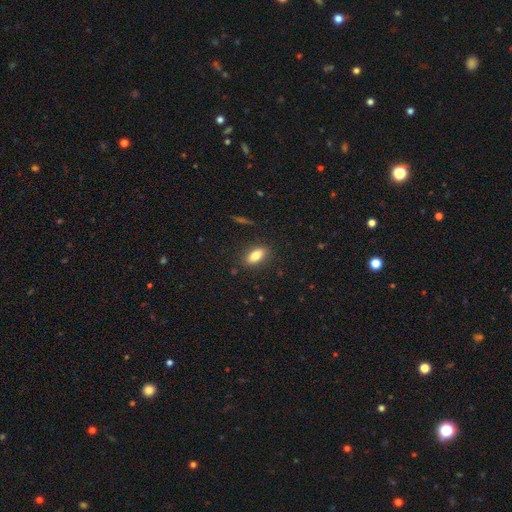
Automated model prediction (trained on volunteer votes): Morphology: type=smooth (80%); roundness=in between (82%); merging=none (86%).